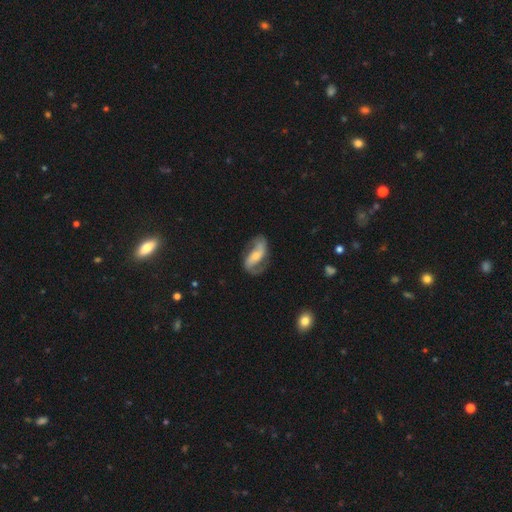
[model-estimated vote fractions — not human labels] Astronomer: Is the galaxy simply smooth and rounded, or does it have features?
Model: featured or disk — 80%.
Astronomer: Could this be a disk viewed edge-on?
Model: no — 94%.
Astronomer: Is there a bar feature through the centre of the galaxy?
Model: strong — 34%, tied with no at 34%.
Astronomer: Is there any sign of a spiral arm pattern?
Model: yes — 92%.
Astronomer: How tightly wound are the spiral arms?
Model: loose — 48% (runner-up: medium, 37%).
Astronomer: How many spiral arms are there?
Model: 2 — 88%.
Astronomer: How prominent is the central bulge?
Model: small — 46%, tied with moderate at 46%.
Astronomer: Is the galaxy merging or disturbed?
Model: none — 66%.